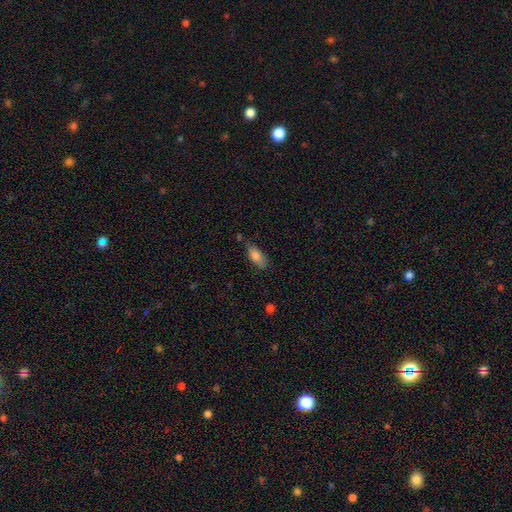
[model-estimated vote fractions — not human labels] smooth 81%, featured or disk 12%, star or artifact 7%. Down the decision tree: how rounded — in between (80%); merging — none (70%).